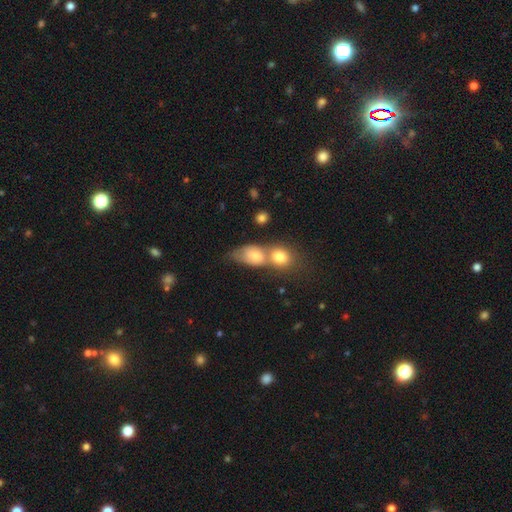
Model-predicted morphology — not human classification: A smooth galaxy with no disk features (66%) that is in between round and cigar-shaped (62%).

Vote fractions:
- Smooth or featured? smooth: 66% / featured or disk: 21% / star or artifact: 13%
- How rounded? in between: 62% / round: 33% / cigar-shaped: 5%
- Merging? merger: 58% / none: 25% / minor disturbance: 10% / major disturbance: 6%